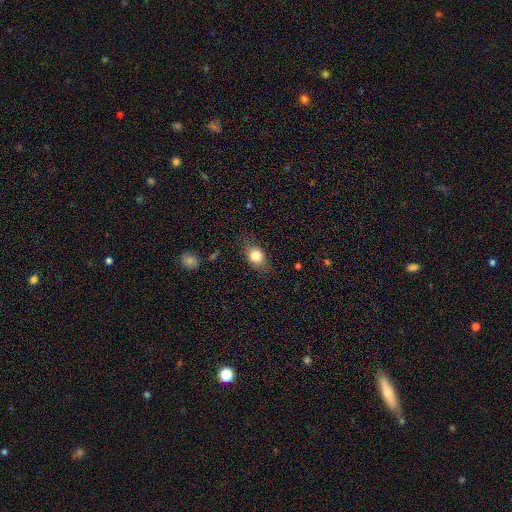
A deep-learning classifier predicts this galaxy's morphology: type=smooth (80%); roundness=in between (62%); merging=none (75%).